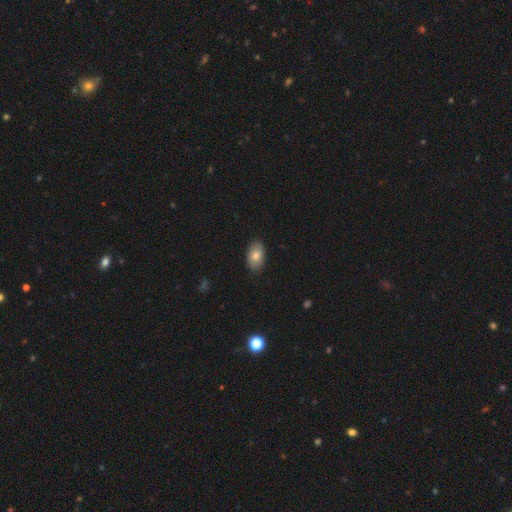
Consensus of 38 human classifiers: smooth 87%, featured or disk 8%, star or artifact 5%. Down the decision tree: how rounded — in between (88%); merging — none (83%).